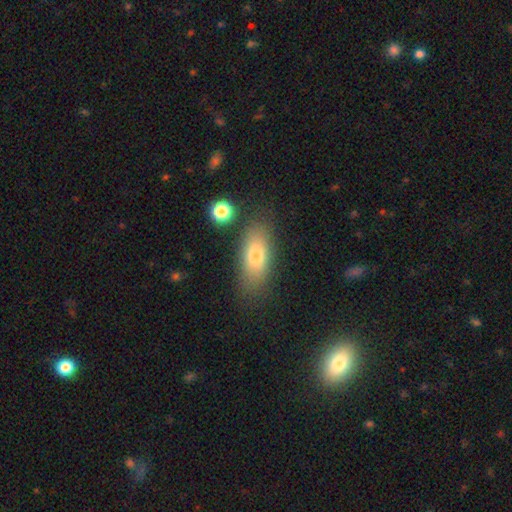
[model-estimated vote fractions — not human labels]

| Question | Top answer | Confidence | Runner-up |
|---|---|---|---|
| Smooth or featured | smooth | 74% | featured or disk (17%) |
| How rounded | in between | 78% | cigar-shaped (18%) |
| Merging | none | 80% | minor disturbance (13%) |